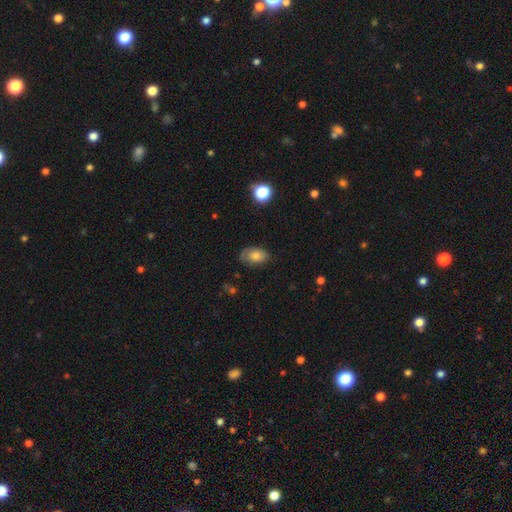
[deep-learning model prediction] smooth-or-featured: smooth: 74% | featured or disk: 17% | star or artifact: 9%
  how-rounded: in between: 88% | round: 10% | cigar-shaped: 1%
  merging: none: 70% | minor disturbance: 23% | major disturbance: 6% | merger: 1%